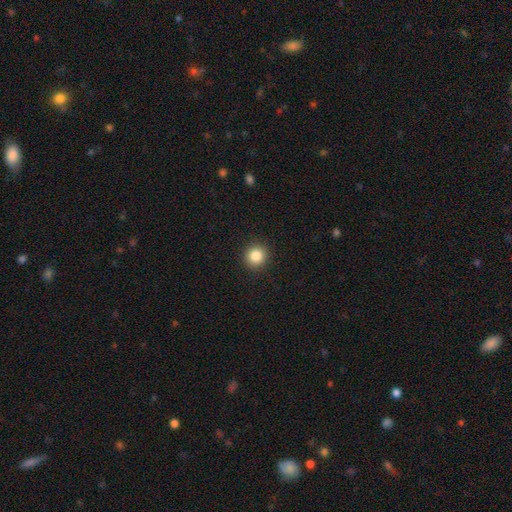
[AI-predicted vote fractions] Smooth or featured?
  - smooth: 85% *
  - star or artifact: 10%
  - featured or disk: 5%
How rounded?
  - round: 92% *
  - in between: 7%
  - cigar-shaped: 1%
Merging?
  - none: 92% *
  - minor disturbance: 5%
  - major disturbance: 2%
  - merger: 1%